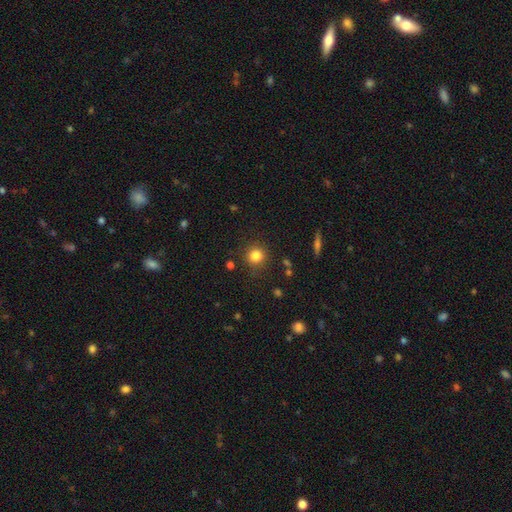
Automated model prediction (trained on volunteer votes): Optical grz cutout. It shows a smooth galaxy with no disk features (82%) that is round (92%). Merging: none (86%).